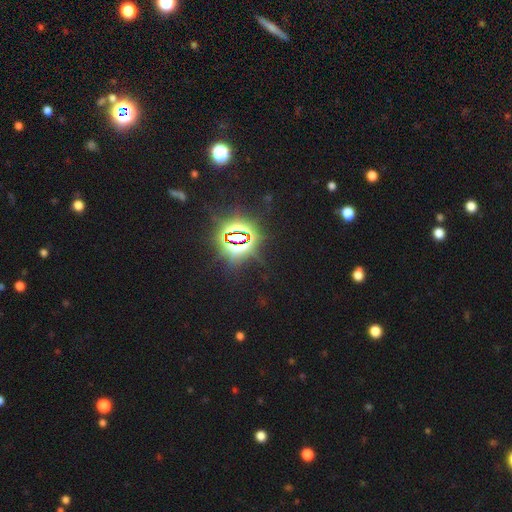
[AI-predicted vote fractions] smooth-or-featured: star or artifact: 84% | smooth: 9% | featured or disk: 6%